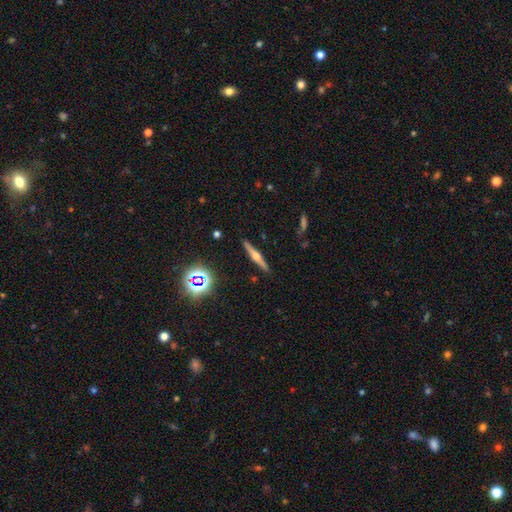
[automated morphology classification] Q: Smooth or featured?
A: featured or disk (72%); runner-up: smooth (18%)
Q: Edge-on disk?
A: yes (98%); runner-up: no (2%)
Q: Edge-on bulge?
A: rounded (93%); runner-up: boxy (4%)
Q: Merging?
A: none (91%); runner-up: minor disturbance (6%)